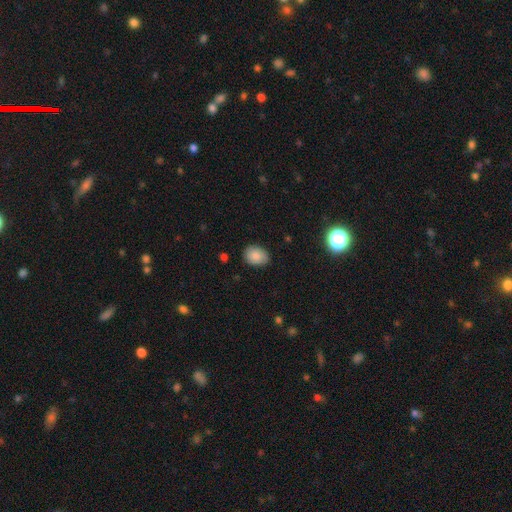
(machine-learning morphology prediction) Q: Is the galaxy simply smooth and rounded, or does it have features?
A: smooth — 84%.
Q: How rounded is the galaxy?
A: in between — 64%.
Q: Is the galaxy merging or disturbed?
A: none — 80%.